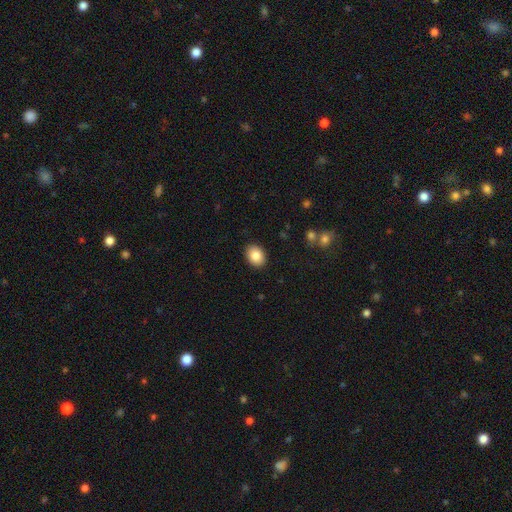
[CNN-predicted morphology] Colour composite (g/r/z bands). It shows a smooth galaxy with no disk features (85%) that is in between round and cigar-shaped (66%). Merging: none (90%).